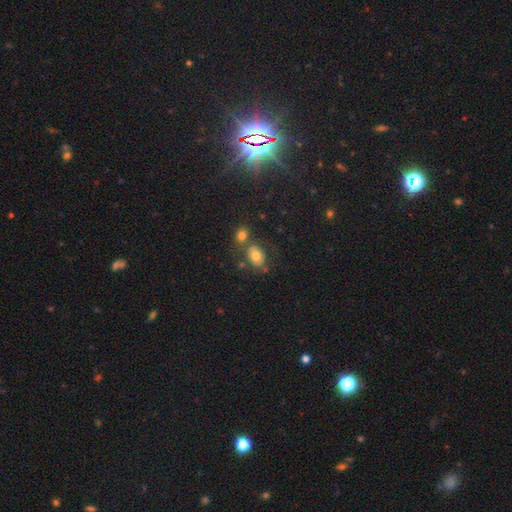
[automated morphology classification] Smooth or featured? smooth (70%)
How rounded? in between (72%)
Merging? none (56%)